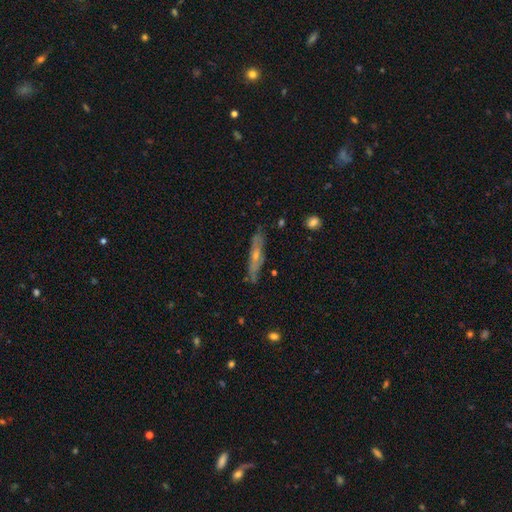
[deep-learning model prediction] Smooth or featured? featured or disk (62%)
Edge-on disk? yes (75%)
Merging? none (82%)